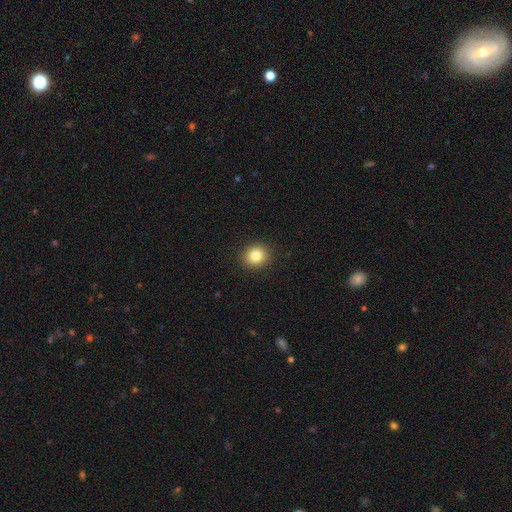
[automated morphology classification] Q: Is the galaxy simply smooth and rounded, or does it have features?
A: smooth — 83%.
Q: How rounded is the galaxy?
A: round — 79%.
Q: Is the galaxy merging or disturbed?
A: none — 91%.